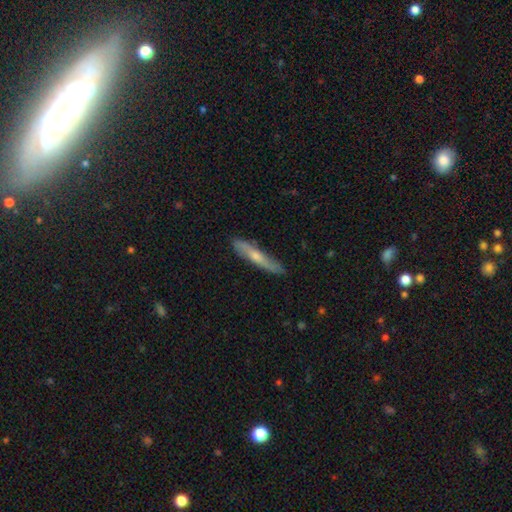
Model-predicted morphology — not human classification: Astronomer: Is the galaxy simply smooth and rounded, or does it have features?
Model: featured or disk — 48% (runner-up: smooth, 46%).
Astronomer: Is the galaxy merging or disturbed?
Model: none — 83%.